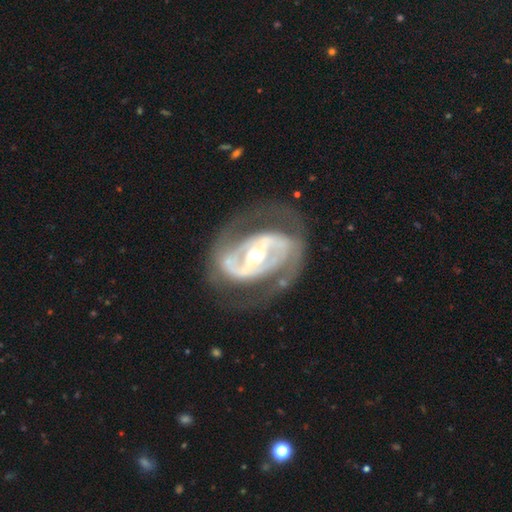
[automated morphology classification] smooth-or-featured: featured or disk: 88% | smooth: 8% | star or artifact: 4%
  disk-edge-on: no: 96% | yes: 4%
    bar: strong: 54% | weak: 29% | no: 17%
    has-spiral-arms: yes: 79% | no: 21%
      spiral-winding: medium: 43% | tight: 39% | loose: 18%
      spiral-arm-count: 2: 77% | can't tell: 12% | 3: 5% | 1: 4% | 4: 2% | more than 4: 1%
    bulge-size: moderate: 70% | small: 20% | large: 8% | dominant: 1% | none: 1%
  merging: none: 66% | minor disturbance: 16% | major disturbance: 16% | merger: 2%